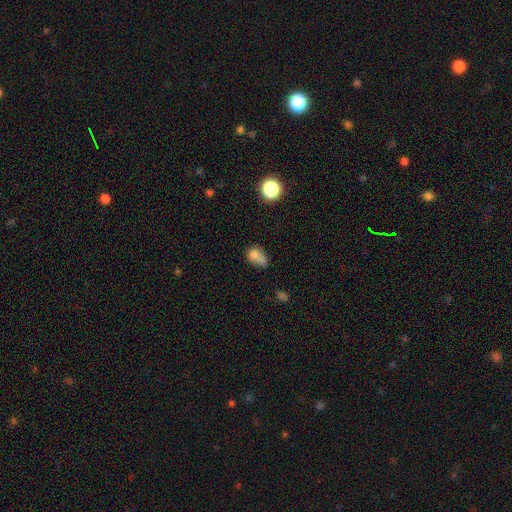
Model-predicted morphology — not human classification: The model was most divided on "merging": merger: 40%, none: 27%, minor disturbance: 19%, major disturbance: 14%. More confident: smooth or featured — smooth (73%); how rounded — in between (59%).